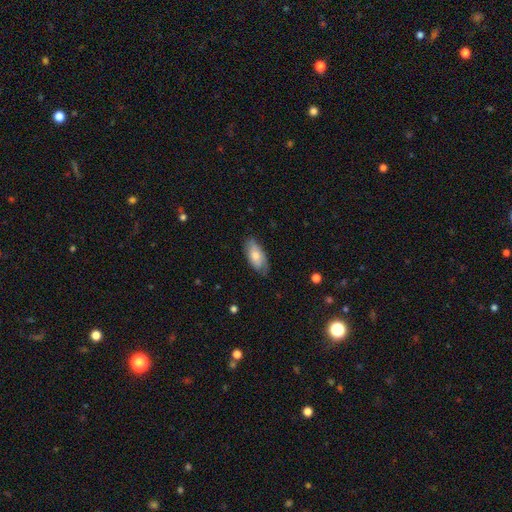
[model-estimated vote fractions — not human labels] Smooth or featured? Predicted: smooth (p=0.67). How rounded? Predicted: in between (p=0.89). Merging? Predicted: none (p=0.73).